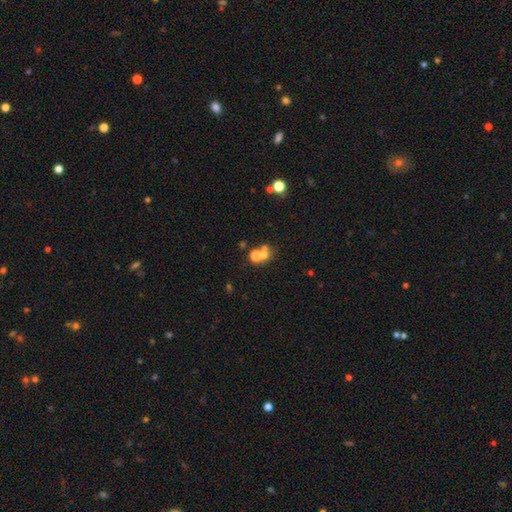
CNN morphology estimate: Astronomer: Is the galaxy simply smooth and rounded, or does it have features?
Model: smooth — 58%.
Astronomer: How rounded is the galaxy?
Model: round — 79%.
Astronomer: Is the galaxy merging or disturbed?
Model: merger — 47% (runner-up: none, 41%).